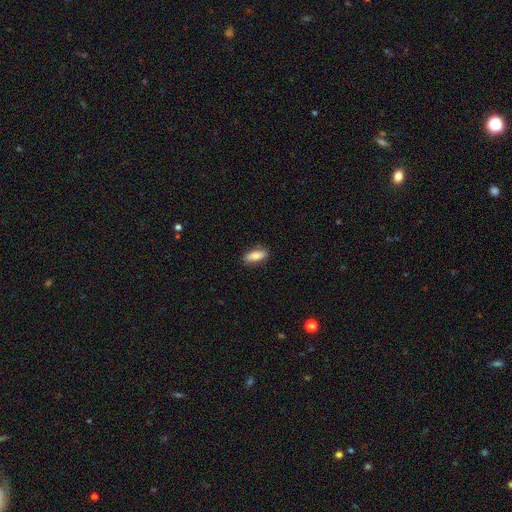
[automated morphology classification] smooth_or_featured: smooth (p=0.79) [alt: featured or disk p=0.15]
how_rounded: in between (p=0.74) [alt: cigar-shaped p=0.24]
merging: none (p=0.85) [alt: minor disturbance p=0.12]